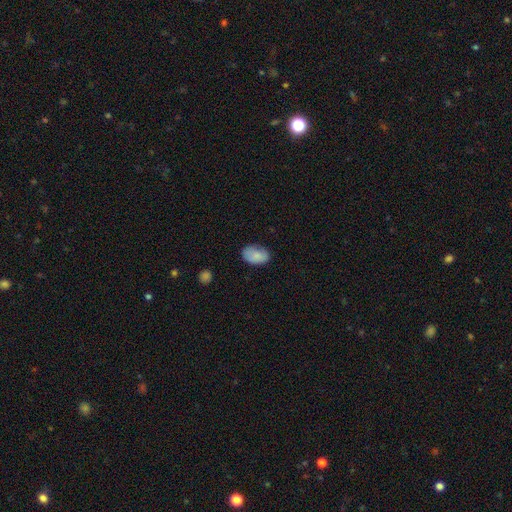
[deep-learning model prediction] smooth-or-featured: smooth: 86% | star or artifact: 7% | featured or disk: 7%
  how-rounded: in between: 91% | round: 8% | cigar-shaped: 1%
  merging: none: 72% | minor disturbance: 22% | major disturbance: 5% | merger: 1%